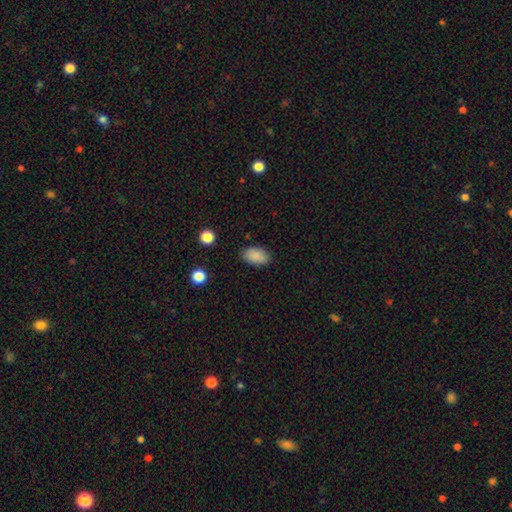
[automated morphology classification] Overall: smooth (88%). How rounded: in between (92%). Merging: none (84%).